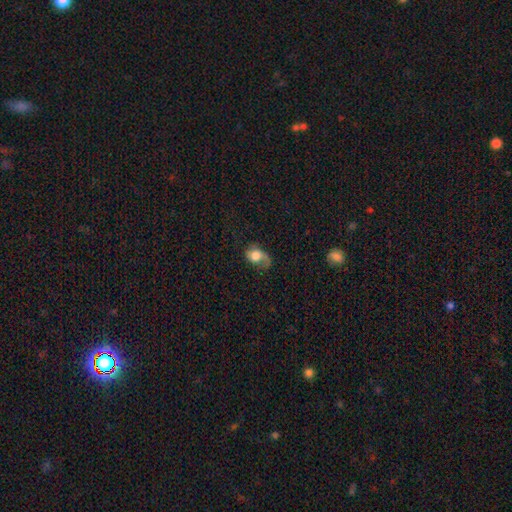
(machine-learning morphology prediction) smooth 56%, featured or disk 35%, star or artifact 9%. Down the decision tree: how rounded — in between (65%); merging — none (36%).